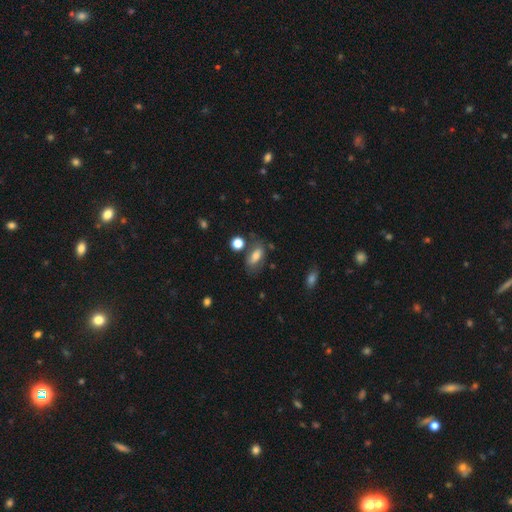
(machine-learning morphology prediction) type=smooth (69%); roundness=in between (83%); merging=none (62%).